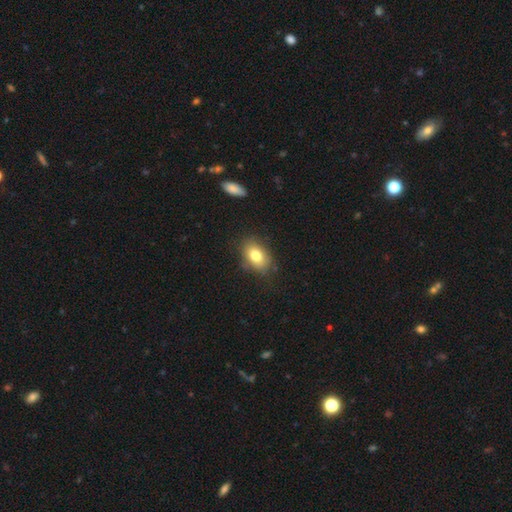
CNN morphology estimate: A smooth galaxy with no disk features (79%) that is in between round and cigar-shaped (82%). Merging: none (79%).